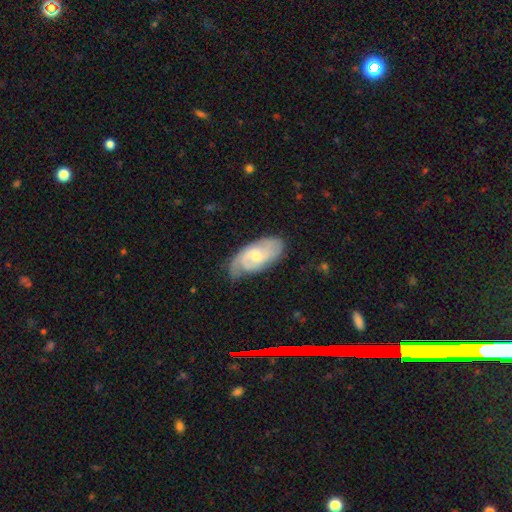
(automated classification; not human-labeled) Smooth or featured: featured or disk — 72% (smooth — 23%)
Edge-on disk: no — 94% (yes — 6%)
Bar: weak — 47% (no — 46%)
Spiral arms: yes — 92% (no — 8%)
Spiral winding: tight — 42% (tied with medium — 42%)
Spiral arm count: 2 — 53% (can't tell — 24%)
Bulge size: small — 49% (moderate — 46%)
Merging: none — 65% (minor disturbance — 27%)